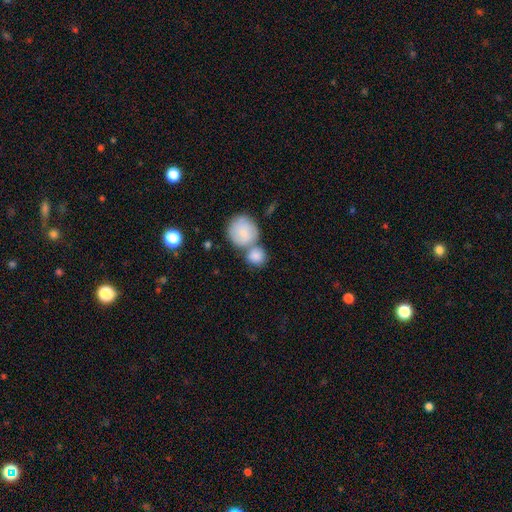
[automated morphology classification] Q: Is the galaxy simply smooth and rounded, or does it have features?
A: smooth — 82%.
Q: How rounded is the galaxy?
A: round — 82%.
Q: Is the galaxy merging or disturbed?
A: merger — 52%.